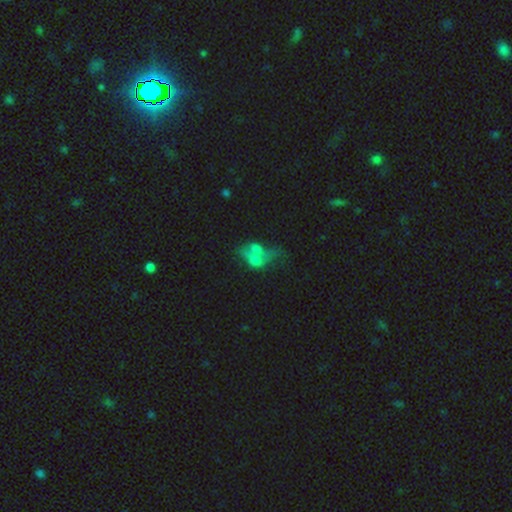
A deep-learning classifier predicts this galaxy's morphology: Smooth or featured?
  - smooth: 47% *
  - featured or disk: 37%
  - star or artifact: 15%
Merging?
  - merger: 62% *
  - major disturbance: 16%
  - none: 14%
  - minor disturbance: 9%